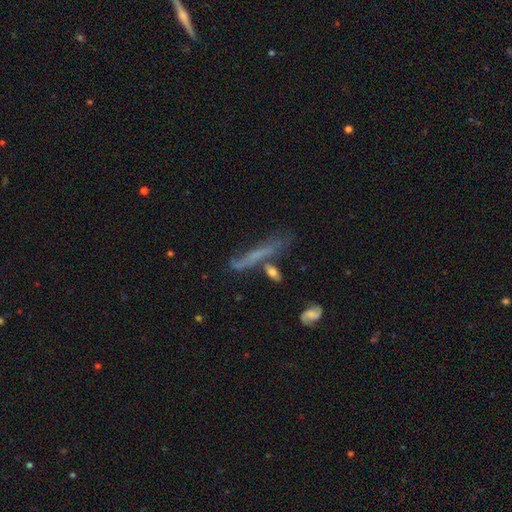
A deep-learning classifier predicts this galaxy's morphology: This is marginally a smooth galaxy (45%). Merging: possibly none (51%).